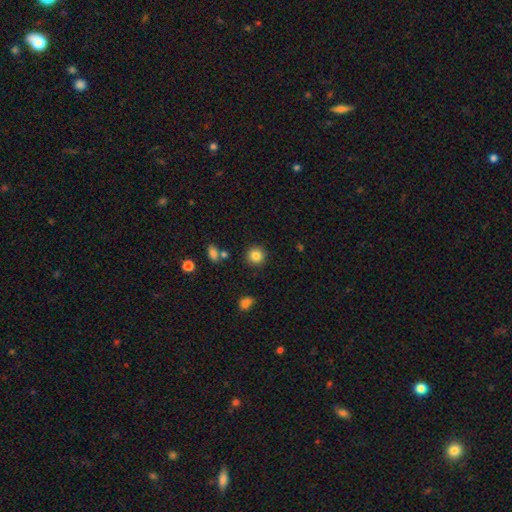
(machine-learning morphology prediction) The model was most divided on "smooth or featured": smooth: 84%, star or artifact: 10%, featured or disk: 6%. More confident: how rounded — round (92%); merging — none (88%).